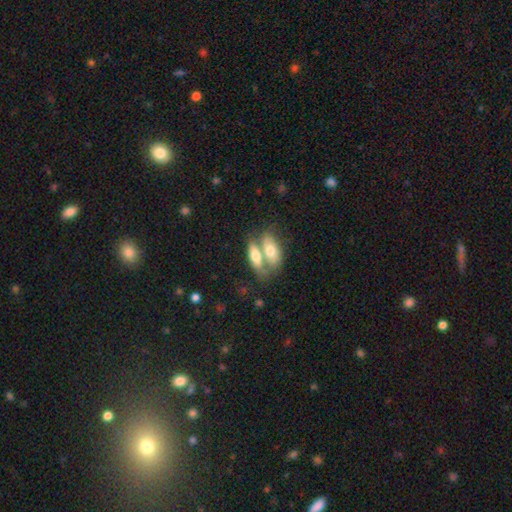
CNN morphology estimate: This is likely a smooth galaxy (65%). How rounded: likely in between (78%). Merging: likely merger (64%).